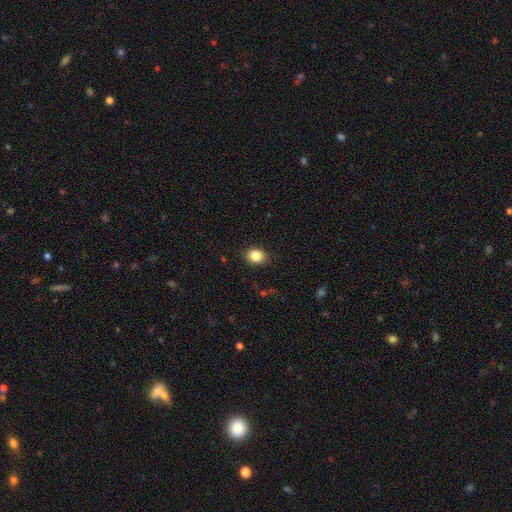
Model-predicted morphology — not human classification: This appears to be a smooth galaxy with no disk features (84%) that is round (54%). Merging: none (87%).